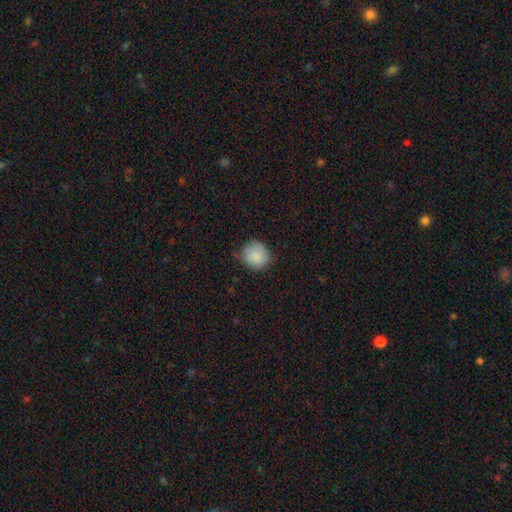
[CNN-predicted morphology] Q: Smooth or featured?
A: smooth (88%); runner-up: star or artifact (8%)
Q: How rounded?
A: round (82%); runner-up: in between (17%)
Q: Merging?
A: none (71%); runner-up: minor disturbance (23%)